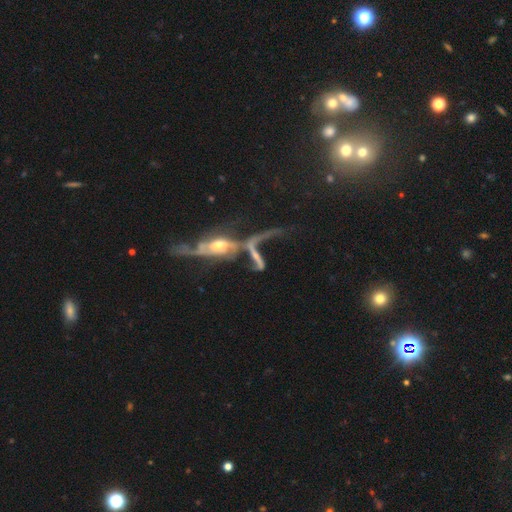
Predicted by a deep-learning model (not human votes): smooth-or-featured: featured or disk: 68% | smooth: 21% | star or artifact: 11%
  disk-edge-on: no: 76% | yes: 24%
    bar: no: 54% | weak: 25% | strong: 22%
    has-spiral-arms: yes: 64% | no: 36%
    bulge-size: moderate: 41% | small: 38% | none: 13% | large: 6% | dominant: 3%
  merging: merger: 61% | major disturbance: 20% | none: 13% | minor disturbance: 7%